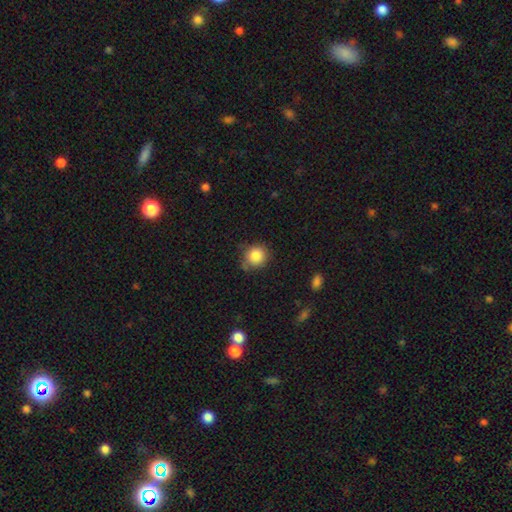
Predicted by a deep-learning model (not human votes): Smooth or featured? smooth (86%)
How rounded? round (88%)
Merging? none (73%)